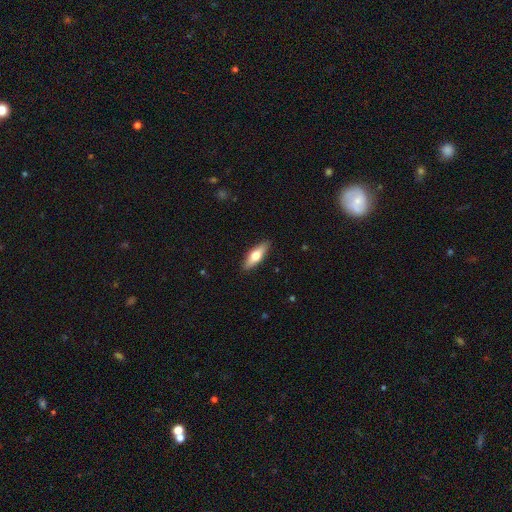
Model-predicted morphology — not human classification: Smooth or featured: smooth — 60% (featured or disk — 35%)
How rounded: in between — 51% (cigar-shaped — 47%)
Merging: none — 89% (minor disturbance — 8%)